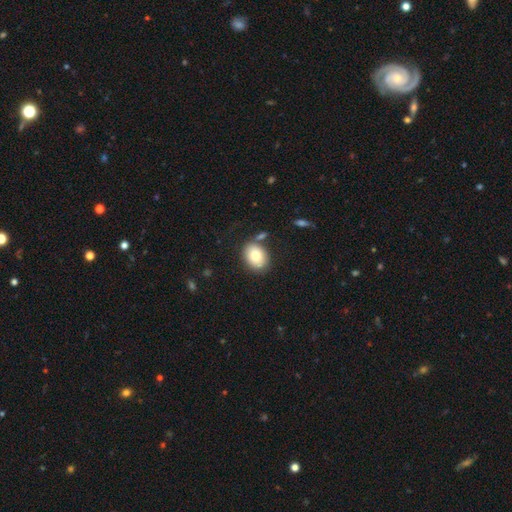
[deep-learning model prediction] smooth 78%, featured or disk 14%, star or artifact 8%. Down the decision tree: how rounded — in between (63%); merging — none (76%).